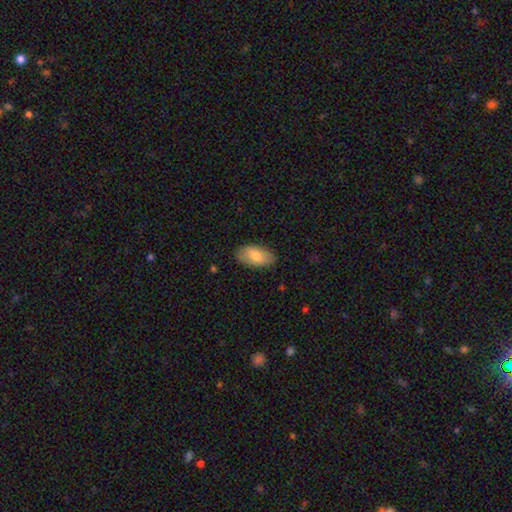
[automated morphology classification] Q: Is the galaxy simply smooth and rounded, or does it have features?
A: smooth — 79%.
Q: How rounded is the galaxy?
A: in between — 94%.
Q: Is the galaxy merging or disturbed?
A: none — 84%.